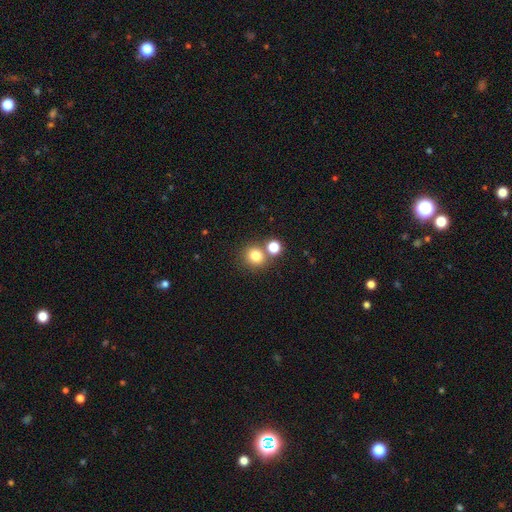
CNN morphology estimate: Smooth or featured? smooth (79%)
How rounded? round (87%)
Merging? none (67%)